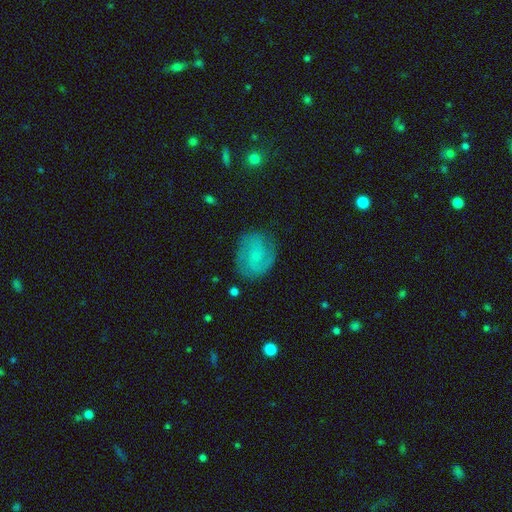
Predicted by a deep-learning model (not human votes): featured or disk 59%, smooth 32%, star or artifact 9%. Down the decision tree: edge-on disk — no (97%); bar — no (56%); spiral arms — yes (89%); spiral arm count — 2 (70%); spiral winding — medium (45%); bulge size — small (59%); merging — none (77%).